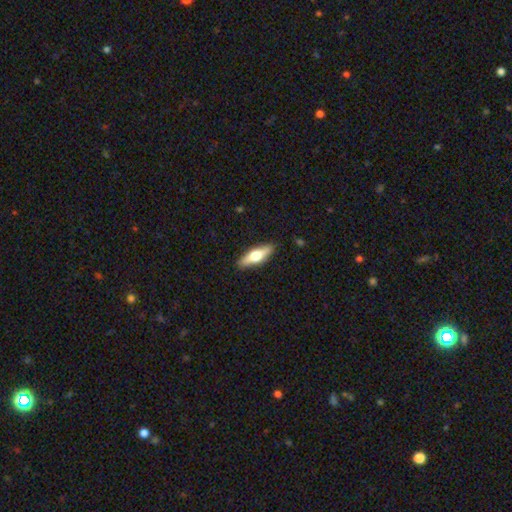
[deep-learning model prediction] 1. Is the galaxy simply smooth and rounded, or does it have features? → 48% featured or disk, 46% smooth, 5% star or artifact.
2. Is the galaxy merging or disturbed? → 89% none, 8% minor disturbance, 2% major disturbance, 1% merger.